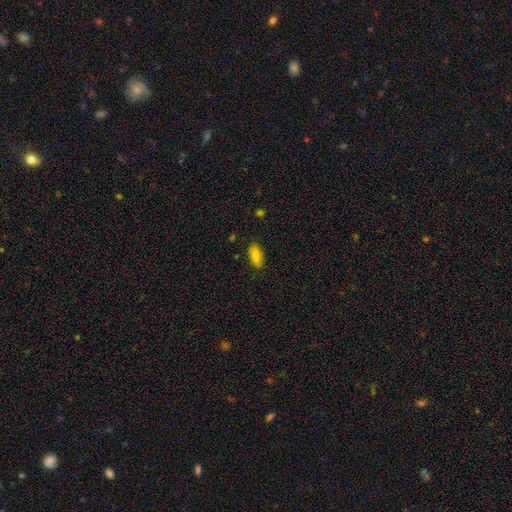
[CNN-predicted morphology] A smooth galaxy with no disk features (80%) that is in between round and cigar-shaped (81%).

Vote fractions:
- Smooth or featured? smooth: 80% / featured or disk: 12% / star or artifact: 8%
- How rounded? in between: 81% / cigar-shaped: 17% / round: 3%
- Merging? none: 85% / minor disturbance: 12% / major disturbance: 2% / merger: 1%